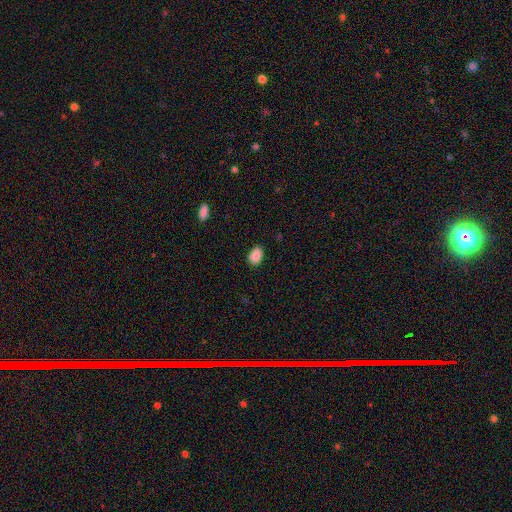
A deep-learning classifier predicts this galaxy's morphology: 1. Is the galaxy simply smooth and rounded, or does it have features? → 88% smooth, 8% star or artifact, 3% featured or disk.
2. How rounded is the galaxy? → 85% in between, 14% round, 1% cigar-shaped.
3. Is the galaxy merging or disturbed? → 80% none, 15% minor disturbance, 3% major disturbance, 1% merger.